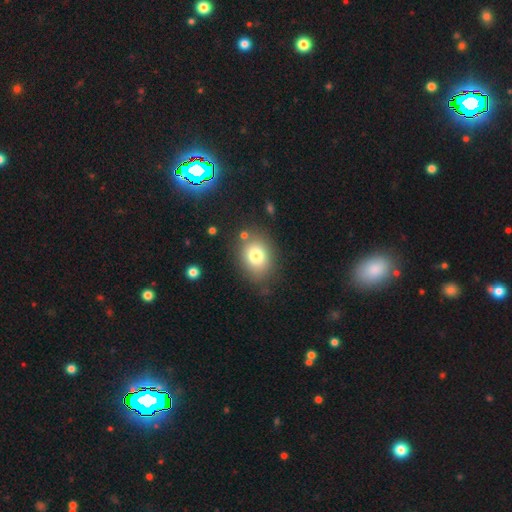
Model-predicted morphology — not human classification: A smooth galaxy with no disk features (77%) that is in between round and cigar-shaped (56%).

Vote fractions:
- Smooth or featured? smooth: 77% / featured or disk: 12% / star or artifact: 11%
- How rounded? in between: 56% / round: 43% / cigar-shaped: 1%
- Merging? none: 78% / minor disturbance: 13% / major disturbance: 5% / merger: 4%